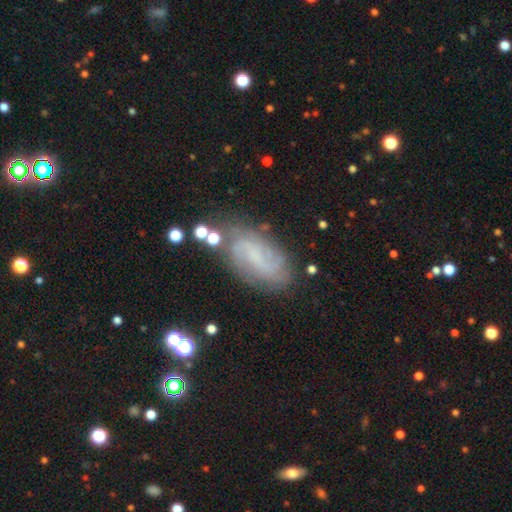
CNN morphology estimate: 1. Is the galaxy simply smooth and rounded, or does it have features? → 61% featured or disk, 26% smooth, 12% star or artifact.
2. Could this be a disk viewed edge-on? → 94% no, 6% yes.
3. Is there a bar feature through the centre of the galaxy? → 43% no (tied), 43% weak (tied), 14% strong.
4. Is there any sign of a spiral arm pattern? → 87% yes, 13% no.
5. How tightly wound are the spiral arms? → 38% medium, 36% tight, 25% loose.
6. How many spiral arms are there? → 48% 2, 31% can't tell, 8% 3, 5% 1, 4% 4, 3% more than 4.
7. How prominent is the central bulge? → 50% none, 36% small, 11% moderate, 2% large, 1% dominant.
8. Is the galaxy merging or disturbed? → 71% none, 18% minor disturbance, 7% major disturbance, 3% merger.